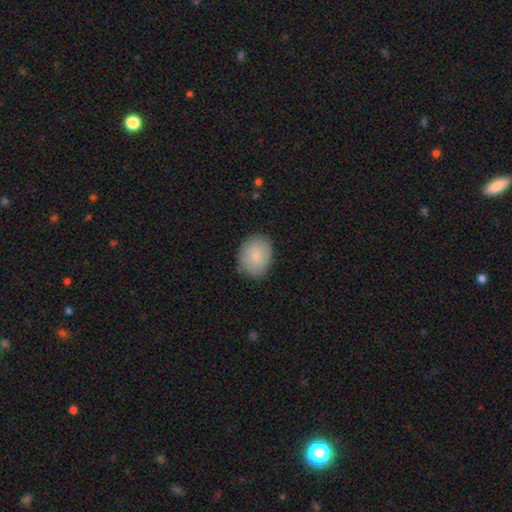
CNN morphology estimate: type=smooth (81%); roundness=in between (53%); merging=none (84%).